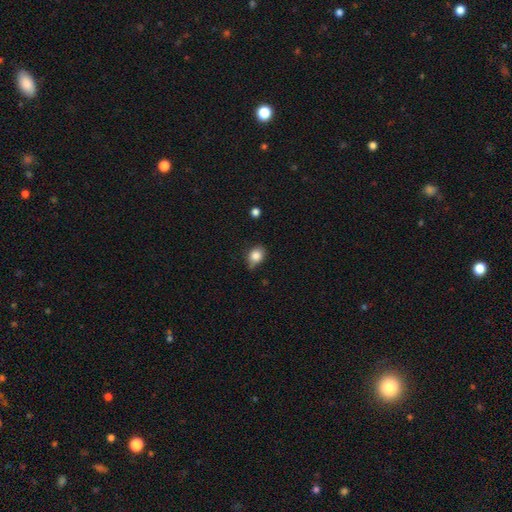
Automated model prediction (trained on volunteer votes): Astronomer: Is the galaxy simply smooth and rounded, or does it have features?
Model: smooth — 84%.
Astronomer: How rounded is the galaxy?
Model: round — 55% (runner-up: in between, 43%).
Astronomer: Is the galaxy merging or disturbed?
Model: none — 54% (runner-up: minor disturbance, 35%).